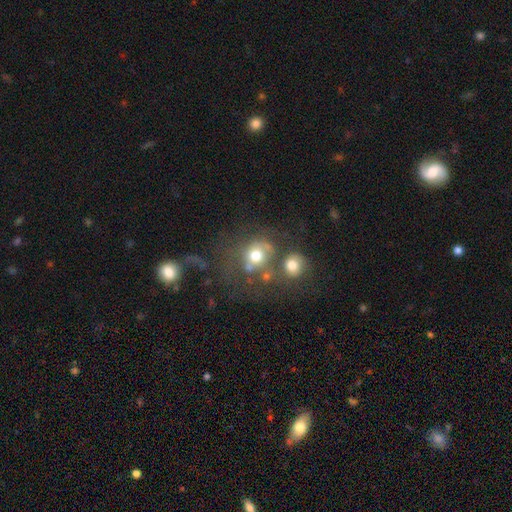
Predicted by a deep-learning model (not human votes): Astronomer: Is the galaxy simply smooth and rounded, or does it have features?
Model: smooth — 62%.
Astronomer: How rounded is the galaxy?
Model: round — 78%.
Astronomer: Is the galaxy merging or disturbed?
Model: none — 39% (runner-up: merger, 29%).